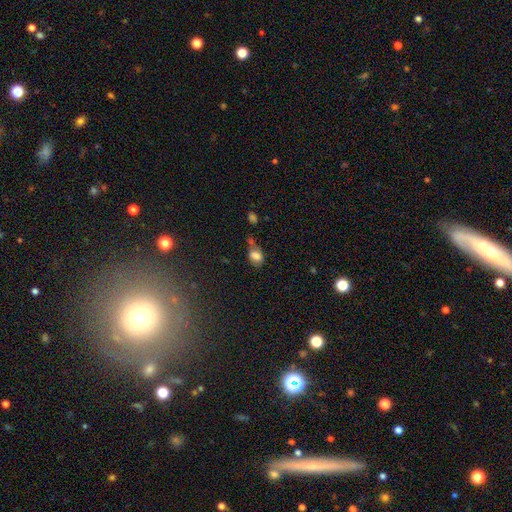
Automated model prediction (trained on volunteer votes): This is likely a smooth galaxy (74%). How rounded: likely in between (70%). Merging: marginally none (37%).